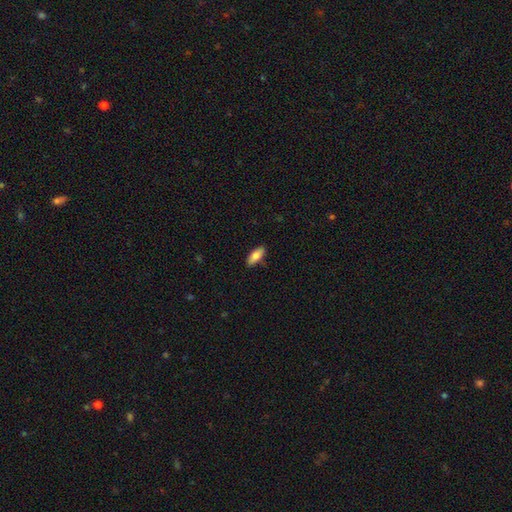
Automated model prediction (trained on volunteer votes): smooth-or-featured: smooth: 80% | featured or disk: 14% | star or artifact: 6%
  how-rounded: in between: 80% | cigar-shaped: 18% | round: 2%
  merging: none: 86% | minor disturbance: 11% | major disturbance: 2% | merger: 1%